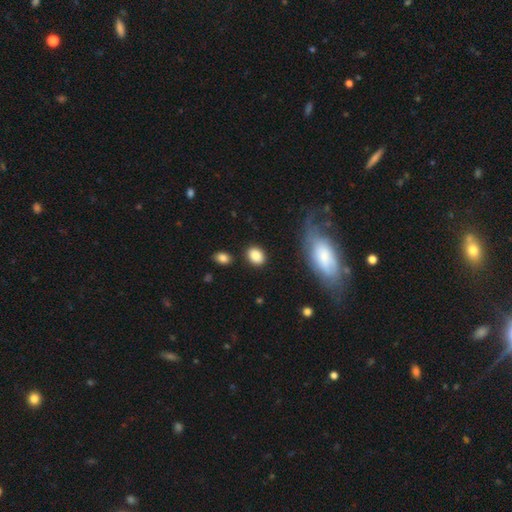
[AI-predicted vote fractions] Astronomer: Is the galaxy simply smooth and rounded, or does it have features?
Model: smooth — 86%.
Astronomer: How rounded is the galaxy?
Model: in between — 60% (runner-up: round, 39%).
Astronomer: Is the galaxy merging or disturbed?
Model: none — 84%.